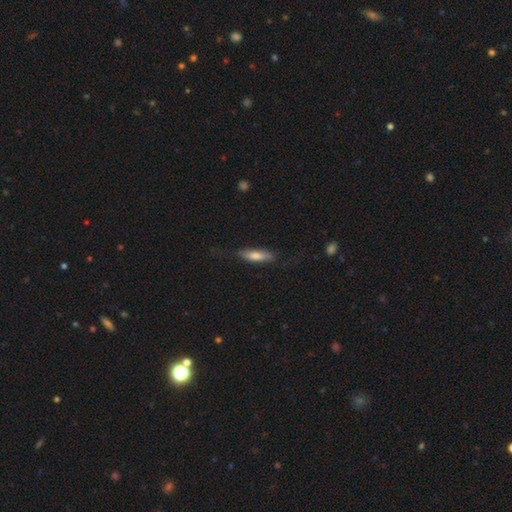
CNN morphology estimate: Smooth or featured?
  - smooth: 65% *
  - featured or disk: 29%
  - star or artifact: 7%
How rounded?
  - cigar-shaped: 66% *
  - in between: 32%
  - round: 2%
Merging?
  - none: 73% *
  - minor disturbance: 19%
  - major disturbance: 7%
  - merger: 1%